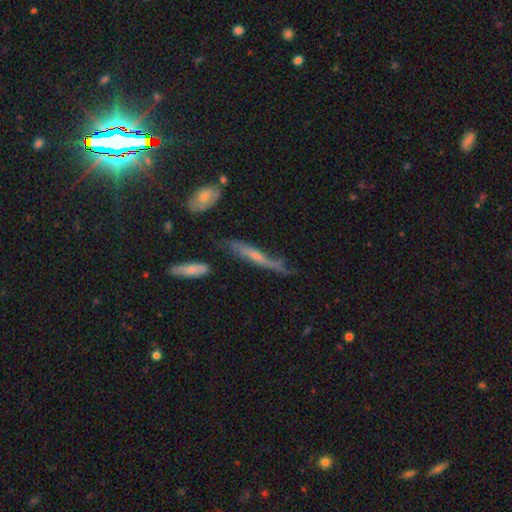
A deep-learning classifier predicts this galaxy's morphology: type=featured or disk (61%); edge-on=yes (73%); merging=none (56%).